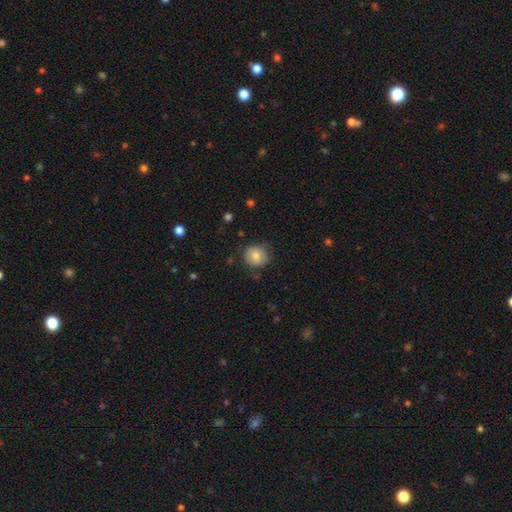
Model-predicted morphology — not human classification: Smooth or featured? Predicted: smooth (p=0.78). How rounded? Predicted: round (p=0.82). Merging? Predicted: none (p=0.76).